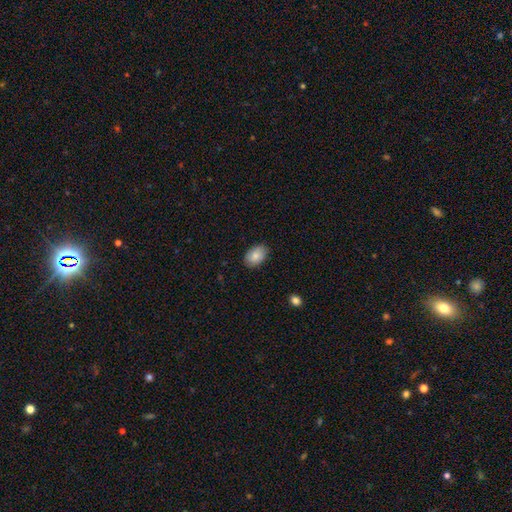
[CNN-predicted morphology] Smooth or featured: smooth — 85% (featured or disk — 8%)
How rounded: in between — 88% (round — 11%)
Merging: none — 86% (minor disturbance — 11%)